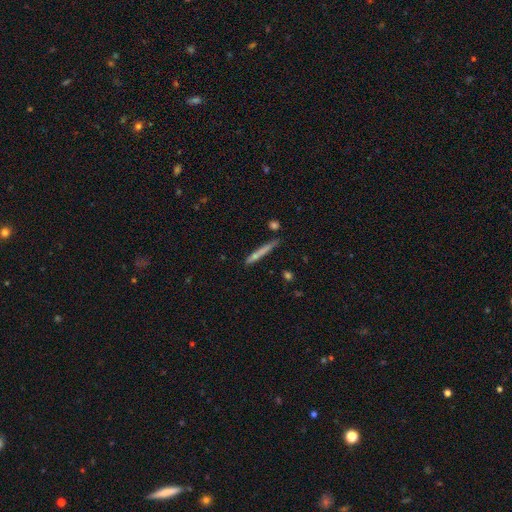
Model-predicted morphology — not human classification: This is possibly a smooth galaxy (59%). How rounded: clearly cigar-shaped (96%). Merging: clearly none (81%).